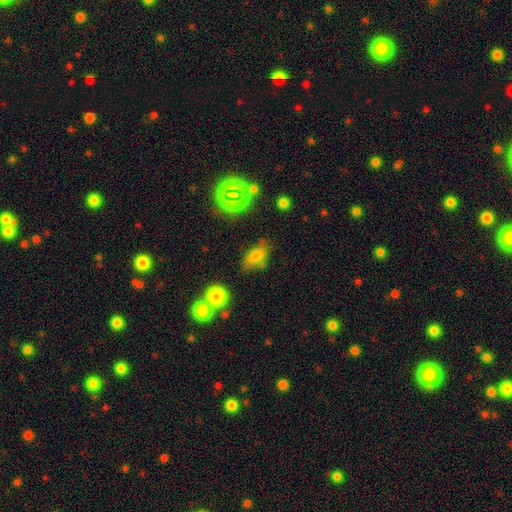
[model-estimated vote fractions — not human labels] The model was most divided on "merging": none: 64%, minor disturbance: 21%, major disturbance: 8%, merger: 7%. More confident: how rounded — in between (83%); smooth or featured — smooth (70%).